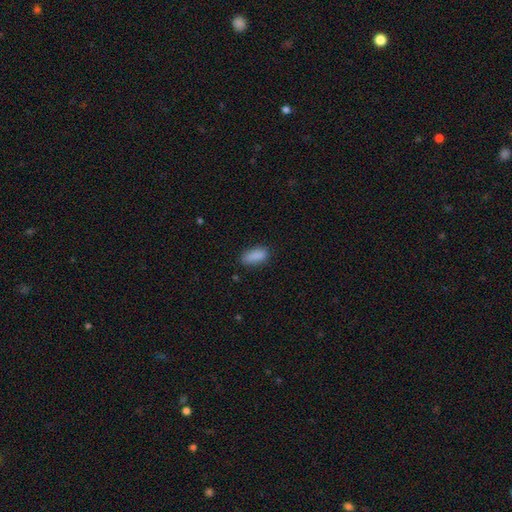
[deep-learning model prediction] Smooth or featured? smooth (88%)
How rounded? in between (83%)
Merging? none (79%)